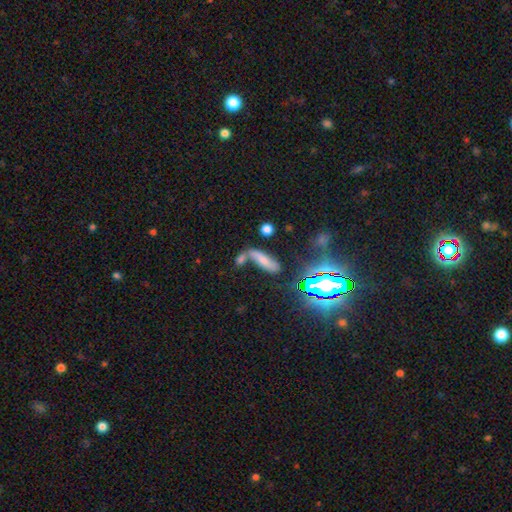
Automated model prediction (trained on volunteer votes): smooth_or_featured: smooth (p=0.61) [alt: star or artifact p=0.21]
how_rounded: cigar-shaped (p=0.50) [alt: in between p=0.44]
merging: none (p=0.40) [alt: merger p=0.37]